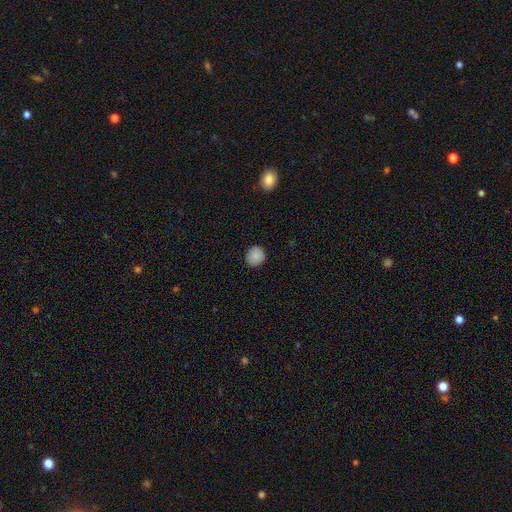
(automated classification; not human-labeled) The model was most divided on "how rounded": round: 88%, in between: 12%, cigar-shaped: 1%. More confident: merging — none (89%); smooth or featured — smooth (88%).